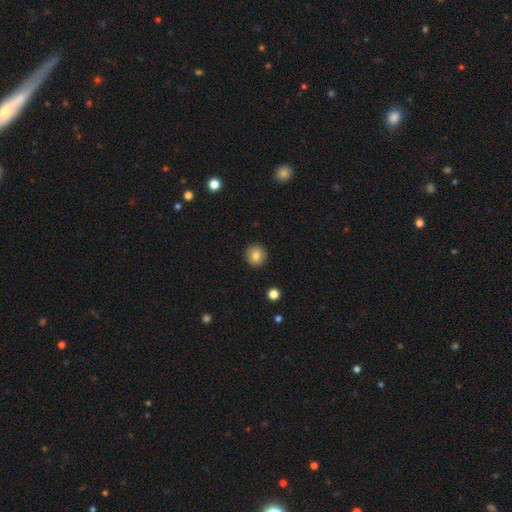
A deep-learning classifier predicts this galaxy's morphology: Smooth or featured: smooth — 84% (star or artifact — 9%)
How rounded: round — 92% (in between — 7%)
Merging: none — 91% (minor disturbance — 6%)